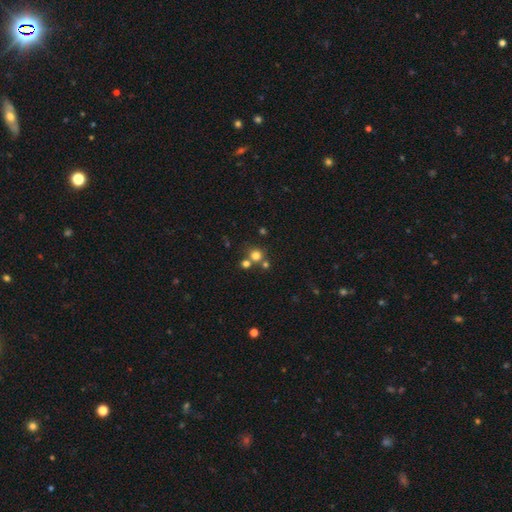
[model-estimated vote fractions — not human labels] smooth 74%, star or artifact 18%, featured or disk 8%. Down the decision tree: how rounded — round (91%); merging — none (63%).